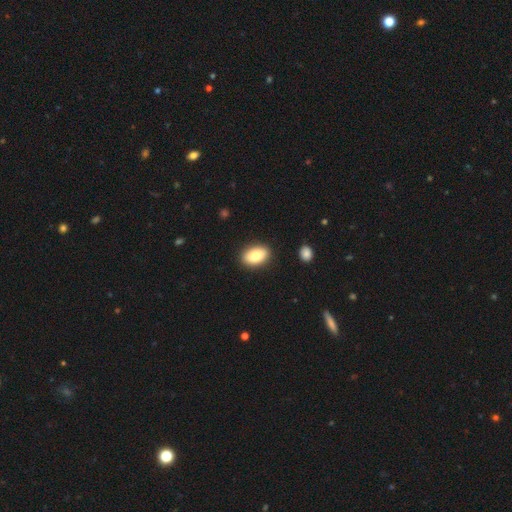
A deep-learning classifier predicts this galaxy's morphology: A smooth galaxy with no disk features (83%) that is in between round and cigar-shaped (89%).

Vote fractions:
- Smooth or featured? smooth: 83% / featured or disk: 9% / star or artifact: 7%
- How rounded? in between: 89% / round: 9% / cigar-shaped: 2%
- Merging? none: 89% / minor disturbance: 8% / major disturbance: 2% / merger: 2%